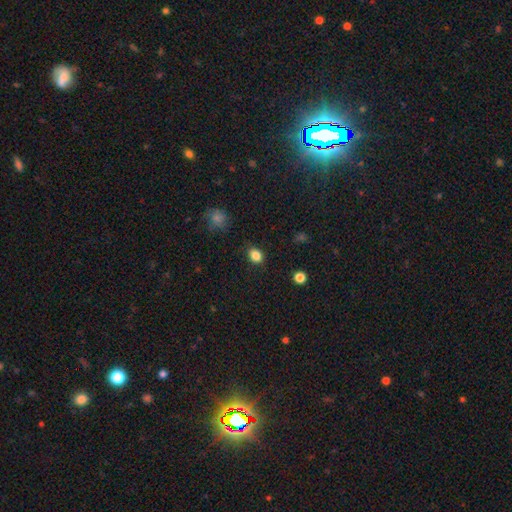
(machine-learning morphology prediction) Q: Smooth or featured?
A: smooth (85%); runner-up: star or artifact (11%)
Q: How rounded?
A: in between (55%); runner-up: round (44%)
Q: Merging?
A: none (85%); runner-up: minor disturbance (11%)